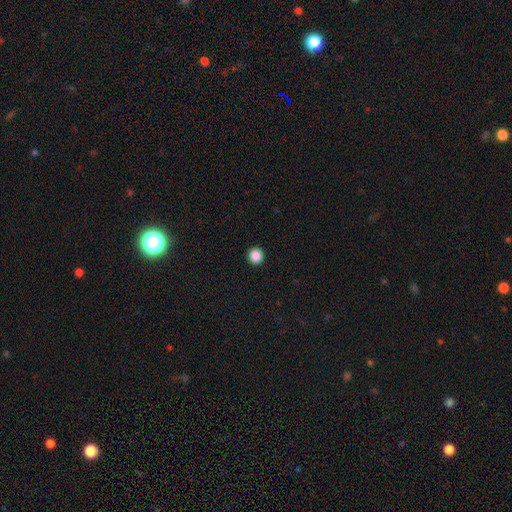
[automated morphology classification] This appears to be a smooth galaxy with no disk features (88%) that is round (95%). Merging: none (94%).